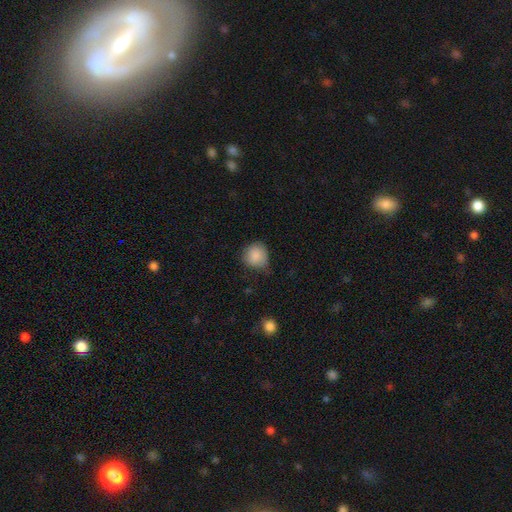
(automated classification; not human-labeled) Morphology: type=smooth (87%); roundness=round (84%); merging=none (64%).